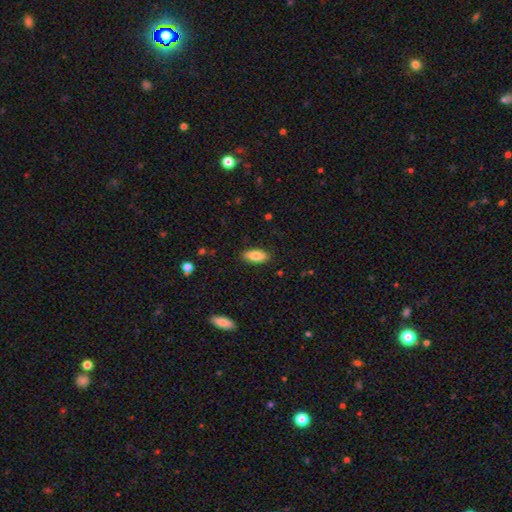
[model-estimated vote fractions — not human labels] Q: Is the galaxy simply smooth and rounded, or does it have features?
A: smooth — 84%.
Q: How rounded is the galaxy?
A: in between — 80%.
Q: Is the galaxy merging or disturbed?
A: none — 87%.